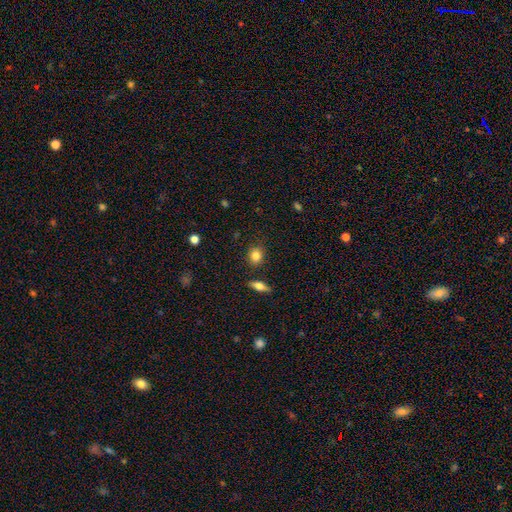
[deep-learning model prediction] Overall: smooth (83%). How rounded: round (71%). Merging: none (85%).